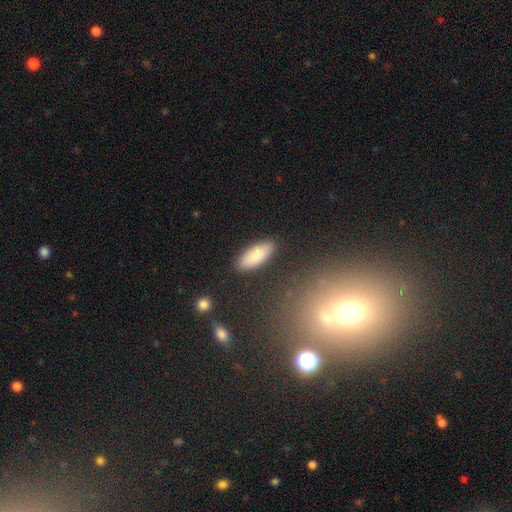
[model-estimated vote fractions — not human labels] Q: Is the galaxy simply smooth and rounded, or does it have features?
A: smooth — 86%.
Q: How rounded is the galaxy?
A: in between — 73%.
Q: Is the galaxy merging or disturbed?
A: none — 87%.